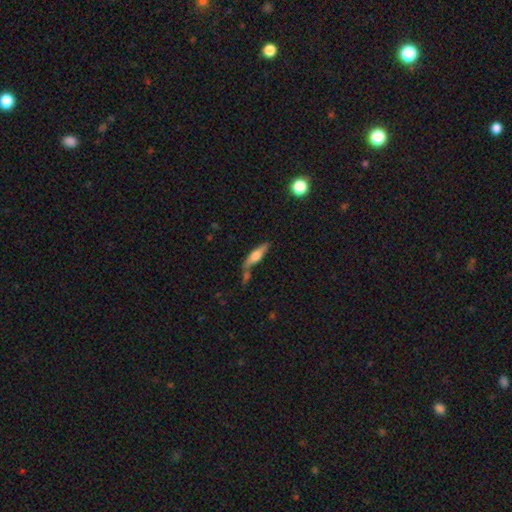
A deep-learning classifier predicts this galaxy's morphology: Overall: featured or disk (52%; smooth 42%). Edge-on disk: yes (92%). Merging: none (64%).